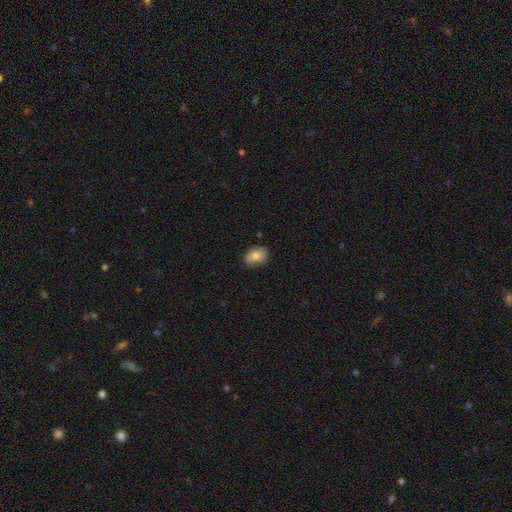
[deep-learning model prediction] Morphology: type=smooth (78%); roundness=in between (84%); merging=none (80%).